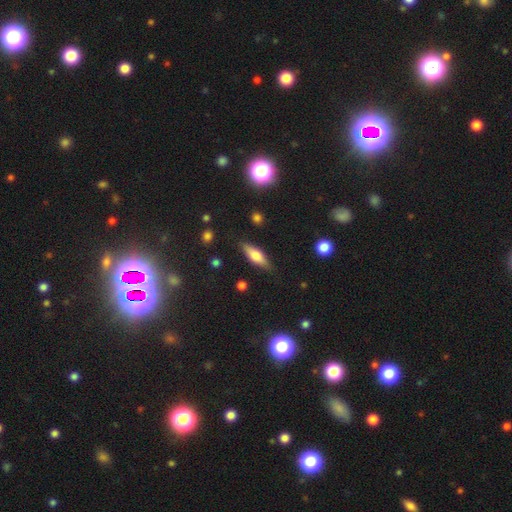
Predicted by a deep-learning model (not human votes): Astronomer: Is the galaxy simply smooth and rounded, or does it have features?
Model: smooth — 57% (runner-up: featured or disk, 36%).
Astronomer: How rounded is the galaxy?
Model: in between — 50% (runner-up: cigar-shaped, 47%).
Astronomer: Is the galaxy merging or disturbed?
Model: none — 84%.